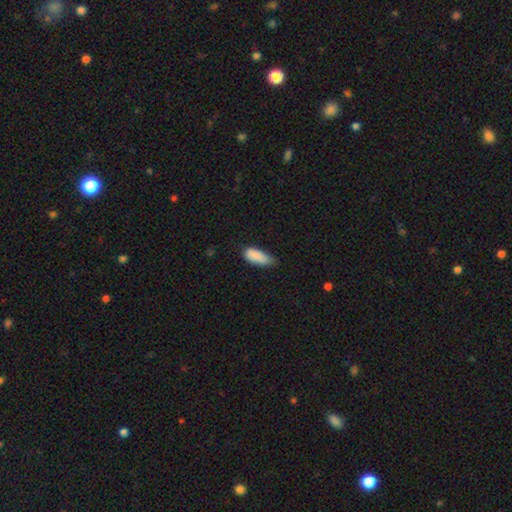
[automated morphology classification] Smooth or featured? Predicted: smooth (p=0.88). How rounded? Predicted: in between (p=0.83). Merging? Predicted: none (p=0.49).